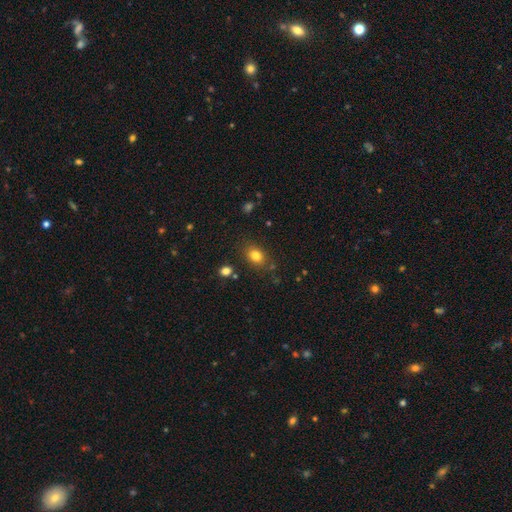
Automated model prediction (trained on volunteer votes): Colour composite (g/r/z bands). It shows a smooth galaxy with no disk features (81%) that is in between round and cigar-shaped (68%). Merging: none (80%).